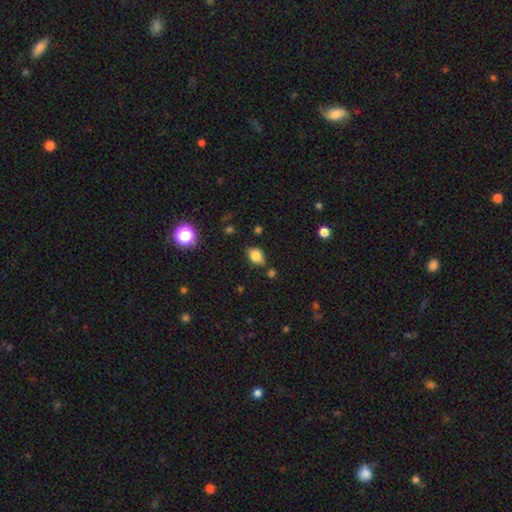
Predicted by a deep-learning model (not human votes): A smooth galaxy with no disk features (81%) that is in between round and cigar-shaped (69%). Merging: none (68%).